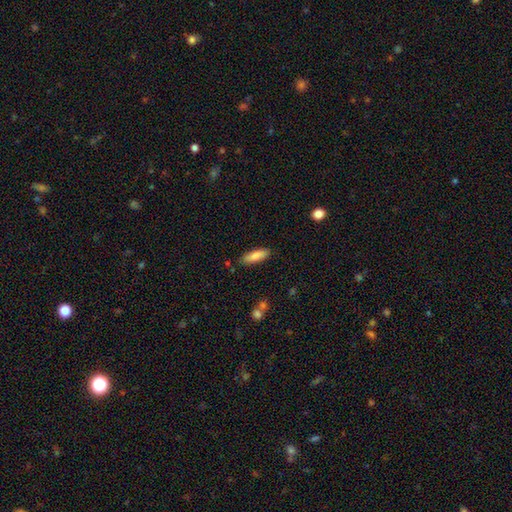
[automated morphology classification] Smooth or featured?
  - smooth: 84% *
  - featured or disk: 10%
  - star or artifact: 6%
How rounded?
  - cigar-shaped: 51% *
  - in between: 48%
  - round: 2%
Merging?
  - none: 84% *
  - minor disturbance: 11%
  - major disturbance: 2%
  - merger: 2%